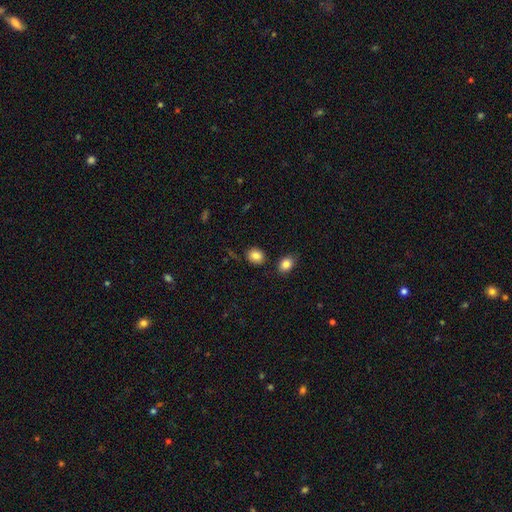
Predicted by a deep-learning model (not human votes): Morphology: type=smooth (85%); roundness=round (64%); merging=none (81%).